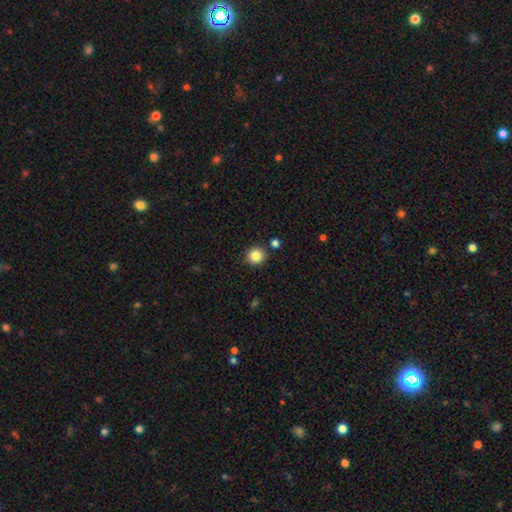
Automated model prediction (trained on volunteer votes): Smooth or featured? Predicted: smooth (p=0.84). How rounded? Predicted: round (p=0.93). Merging? Predicted: none (p=0.88).